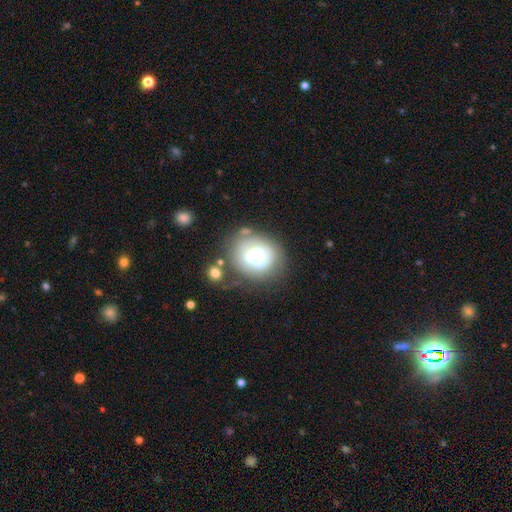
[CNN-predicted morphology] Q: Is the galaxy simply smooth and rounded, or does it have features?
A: featured or disk — 56%.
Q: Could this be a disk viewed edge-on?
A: no — 97%.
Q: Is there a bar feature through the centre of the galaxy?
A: no — 61%.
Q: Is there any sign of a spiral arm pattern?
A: yes — 59%.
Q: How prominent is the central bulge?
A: moderate — 53%.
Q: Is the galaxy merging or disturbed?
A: none — 52%.